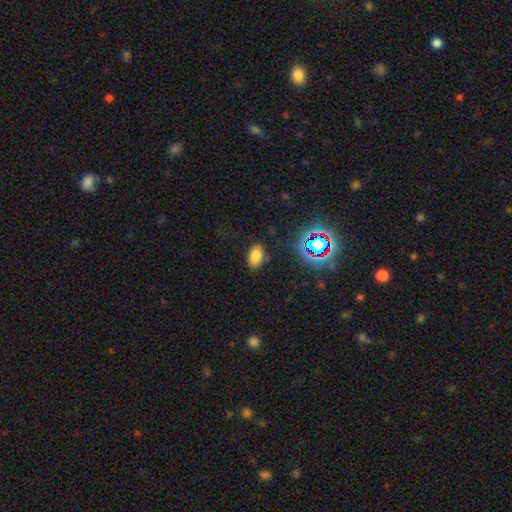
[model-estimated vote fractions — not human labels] A smooth galaxy with no disk features (73%) that is in between round and cigar-shaped (91%).

Vote fractions:
- Smooth or featured? smooth: 73% / star or artifact: 19% / featured or disk: 8%
- How rounded? in between: 91% / round: 7% / cigar-shaped: 2%
- Merging? none: 82% / minor disturbance: 12% / major disturbance: 4% / merger: 2%